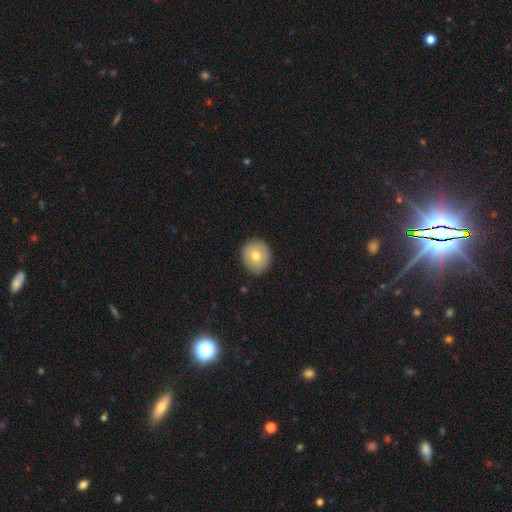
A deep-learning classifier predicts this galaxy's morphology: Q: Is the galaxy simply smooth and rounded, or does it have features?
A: smooth — 72%.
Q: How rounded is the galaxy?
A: round — 78%.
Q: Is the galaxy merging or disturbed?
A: none — 87%.